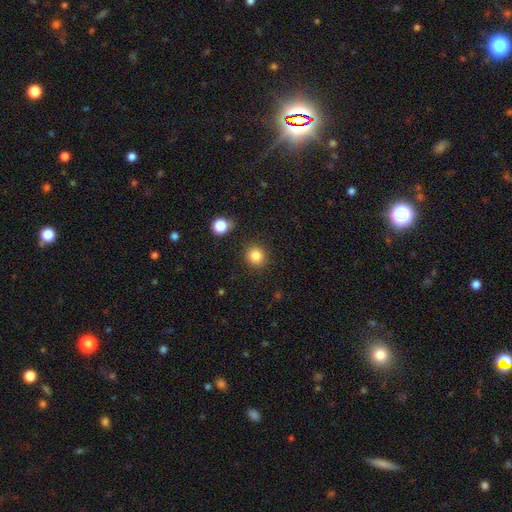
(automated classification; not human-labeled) smooth-or-featured: smooth: 85% | star or artifact: 11% | featured or disk: 4%
  how-rounded: round: 91% | in between: 8% | cigar-shaped: 1%
  merging: none: 88% | minor disturbance: 7% | major disturbance: 3% | merger: 2%